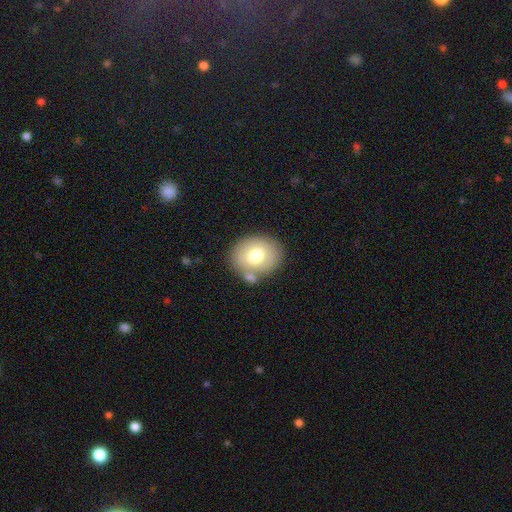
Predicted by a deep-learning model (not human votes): smooth_or_featured: smooth (p=0.73) [alt: featured or disk p=0.19]
how_rounded: round (p=0.55) [alt: in between p=0.44]
merging: none (p=0.69) [alt: minor disturbance p=0.14]